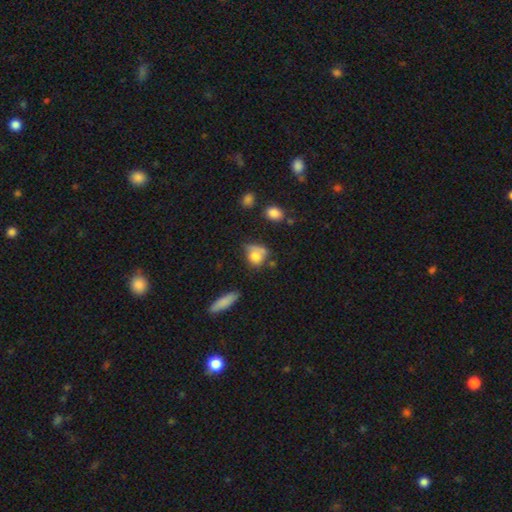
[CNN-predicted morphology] Smooth or featured: smooth — 74% (featured or disk — 16%)
How rounded: round — 54% (in between — 43%)
Merging: none — 39% (minor disturbance — 31%)